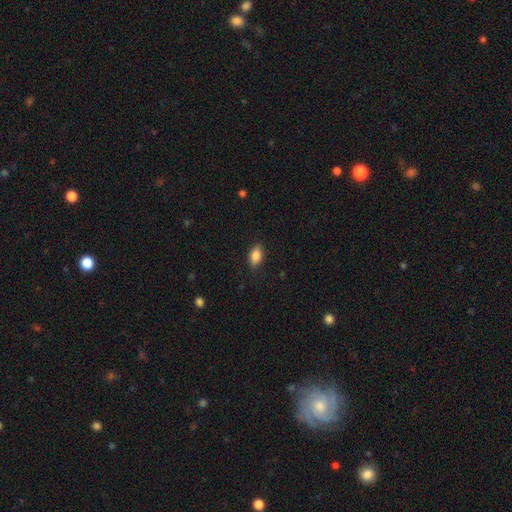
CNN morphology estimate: Smooth or featured? Predicted: smooth (p=0.84). How rounded? Predicted: in between (p=0.86). Merging? Predicted: none (p=0.85).